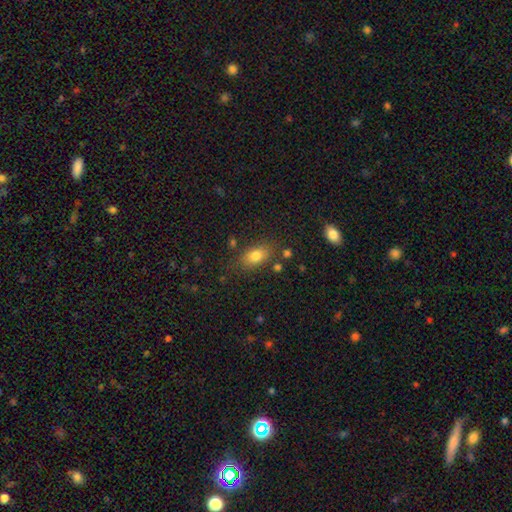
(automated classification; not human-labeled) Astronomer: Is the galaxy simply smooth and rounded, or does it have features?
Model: smooth — 80%.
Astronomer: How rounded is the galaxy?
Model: in between — 84%.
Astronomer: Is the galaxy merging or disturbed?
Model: none — 77%.